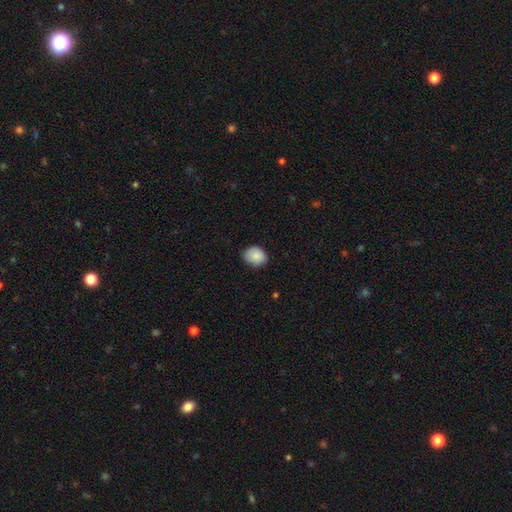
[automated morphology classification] Smooth or featured?
  - smooth: 88% *
  - star or artifact: 7%
  - featured or disk: 5%
How rounded?
  - round: 54% *
  - in between: 45%
  - cigar-shaped: 1%
Merging?
  - none: 82% *
  - minor disturbance: 15%
  - major disturbance: 2%
  - merger: 1%